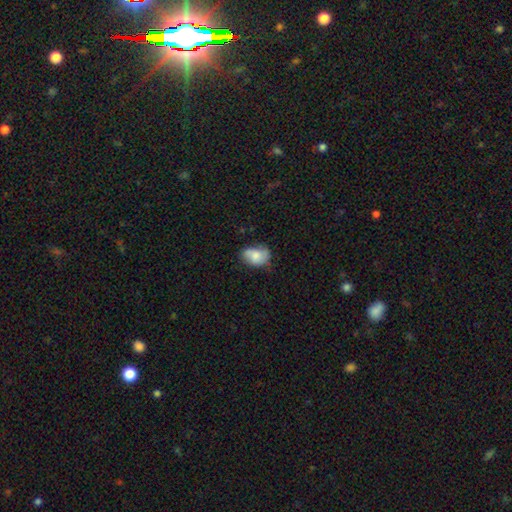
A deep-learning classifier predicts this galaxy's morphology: Overall: smooth (69%). How rounded: in between (79%). Merging: none (54%; minor disturbance 33%).